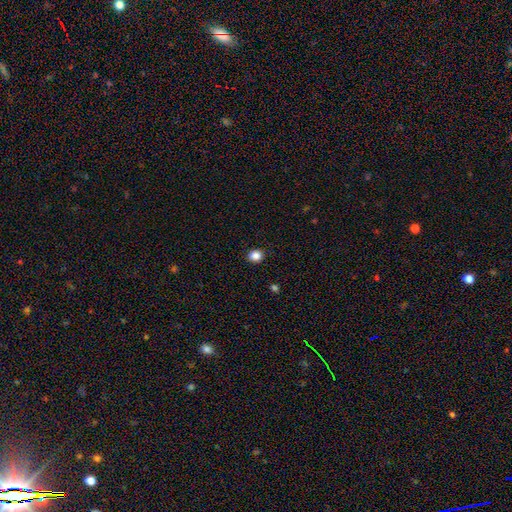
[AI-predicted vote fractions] The model was most divided on "how rounded": round: 73%, in between: 26%, cigar-shaped: 1%. More confident: merging — none (91%); smooth or featured — smooth (86%).